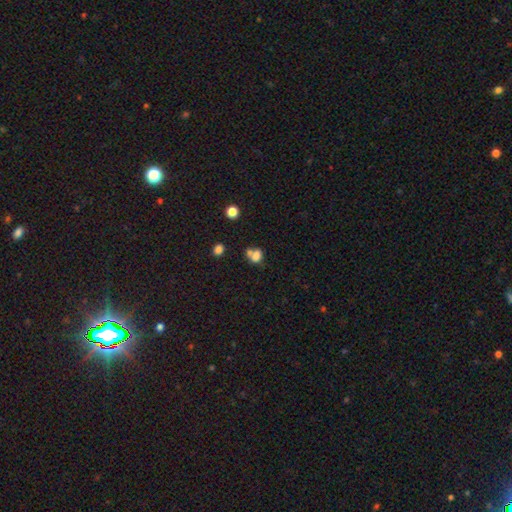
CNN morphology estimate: Smooth or featured: smooth — 74% (star or artifact — 14%)
How rounded: in between — 53% (round — 45%)
Merging: merger — 47% (none — 35%)